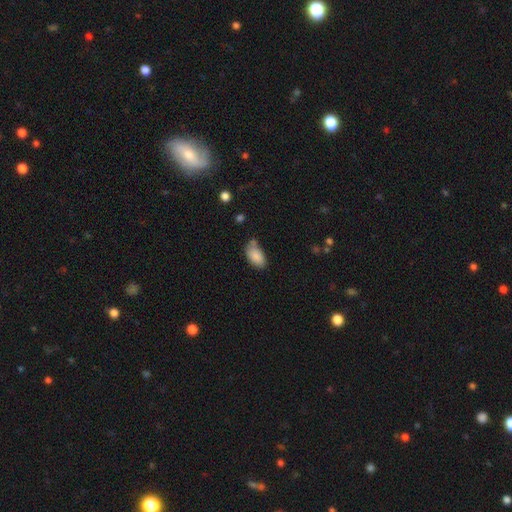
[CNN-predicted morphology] The model was most divided on "merging": none: 56%, minor disturbance: 27%, merger: 11%, major disturbance: 6%. More confident: how rounded — in between (94%); smooth or featured — smooth (86%).